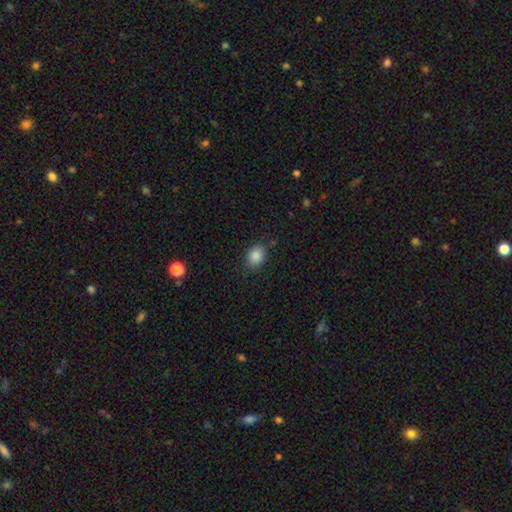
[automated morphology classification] The model was most divided on "how rounded": round: 51%, in between: 48%, cigar-shaped: 1%. More confident: smooth or featured — smooth (87%); merging — none (81%).